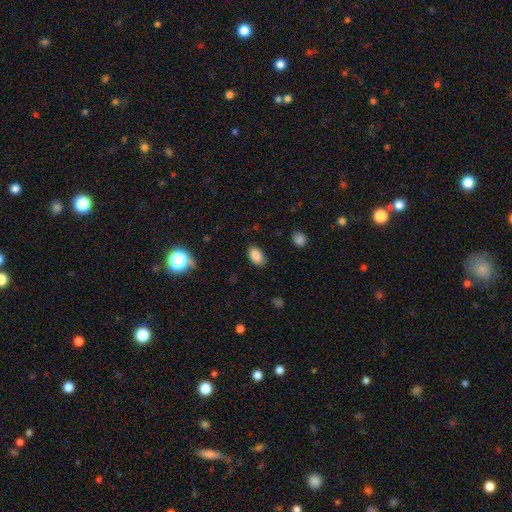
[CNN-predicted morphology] This appears to be a smooth galaxy with no disk features (86%) that is in between round and cigar-shaped (89%). Merging: none (79%).